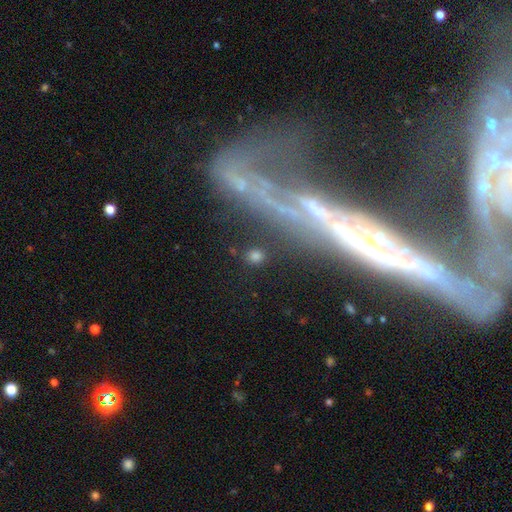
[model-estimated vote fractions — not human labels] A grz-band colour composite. It shows a smooth galaxy with no disk features (46%). Merging: none (77%).